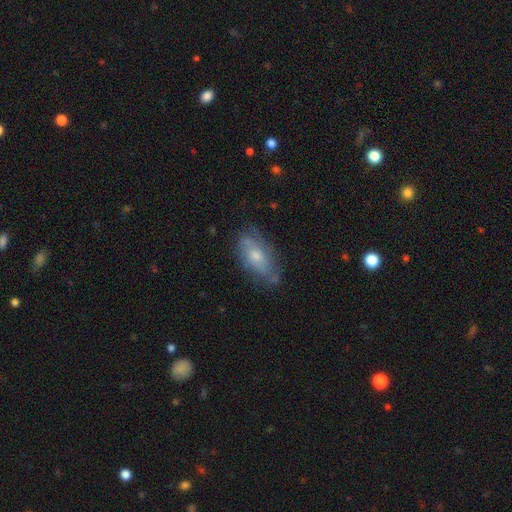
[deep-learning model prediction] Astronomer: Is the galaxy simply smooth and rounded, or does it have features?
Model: featured or disk — 53% (runner-up: smooth, 39%).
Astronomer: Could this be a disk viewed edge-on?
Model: no — 86%.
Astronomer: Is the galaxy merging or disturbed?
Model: none — 65%.